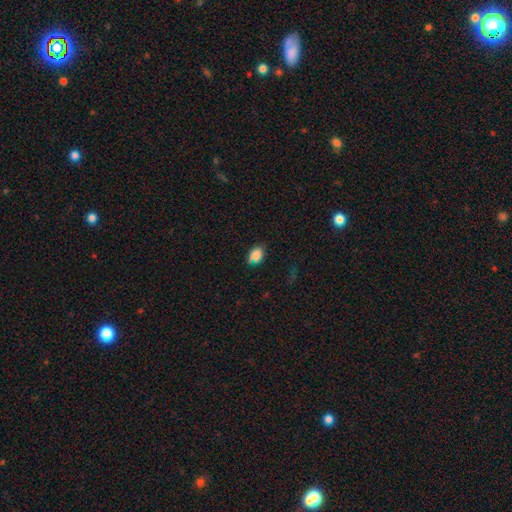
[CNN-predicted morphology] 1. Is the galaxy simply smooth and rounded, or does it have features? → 82% smooth, 13% star or artifact, 5% featured or disk.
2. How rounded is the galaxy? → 81% in between, 17% round, 2% cigar-shaped.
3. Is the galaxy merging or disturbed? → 70% none, 21% minor disturbance, 5% major disturbance, 4% merger.